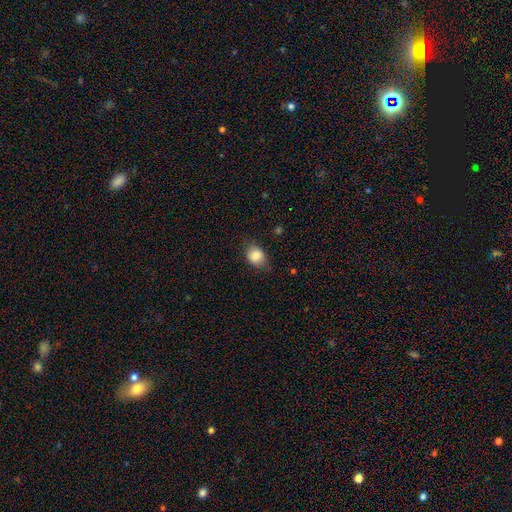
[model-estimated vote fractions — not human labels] Overall: smooth (83%). How rounded: in between (58%; round 41%). Merging: none (71%).